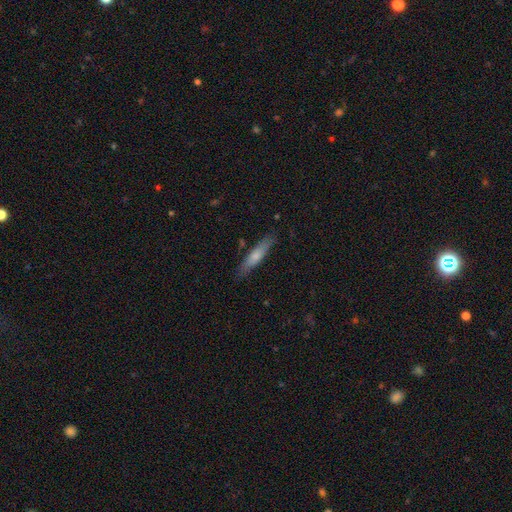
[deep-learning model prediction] smooth-or-featured: smooth: 66% | featured or disk: 28% | star or artifact: 6%
  how-rounded: cigar-shaped: 83% | in between: 16% | round: 1%
  merging: none: 83% | minor disturbance: 12% | major disturbance: 3% | merger: 2%